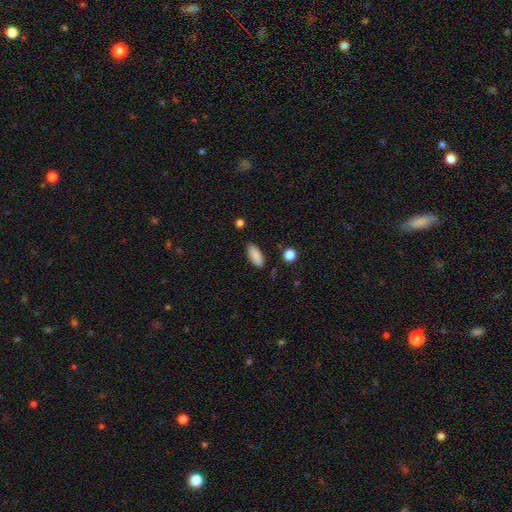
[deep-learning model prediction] smooth 88%, star or artifact 7%, featured or disk 5%. Down the decision tree: how rounded — in between (84%); merging — none (84%).